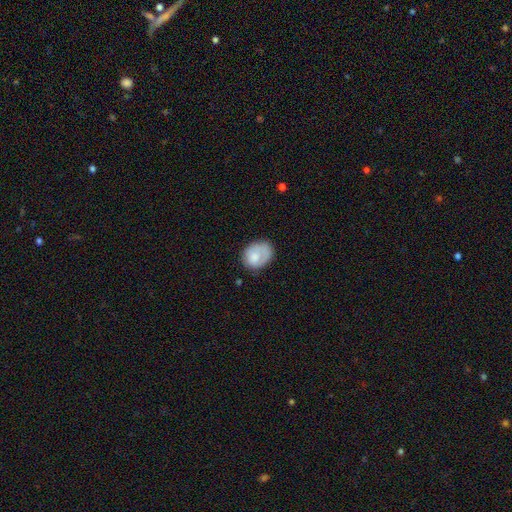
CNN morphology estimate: Smooth or featured? smooth (74%)
How rounded? in between (50%)
Merging? none (57%)